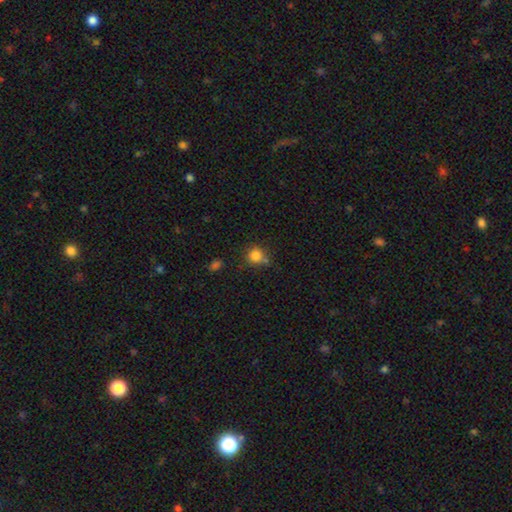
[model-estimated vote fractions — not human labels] A smooth galaxy with no disk features (82%) that is round (87%).

Vote fractions:
- Smooth or featured? smooth: 82% / star or artifact: 12% / featured or disk: 6%
- How rounded? round: 87% / in between: 12% / cigar-shaped: 1%
- Merging? none: 64% / minor disturbance: 19% / merger: 12% / major disturbance: 5%